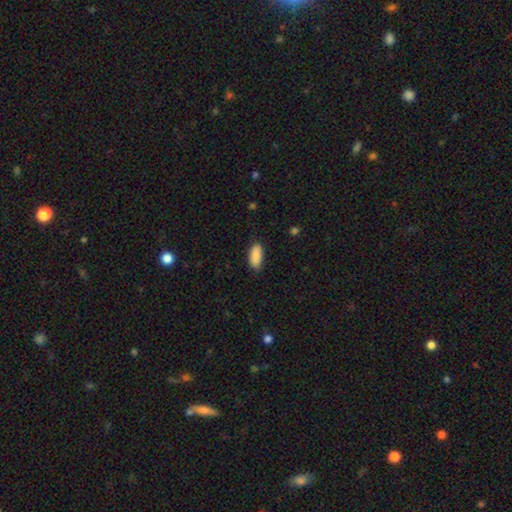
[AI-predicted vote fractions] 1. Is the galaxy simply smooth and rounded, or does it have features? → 89% smooth, 6% star or artifact, 4% featured or disk.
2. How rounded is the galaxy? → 87% in between, 11% cigar-shaped, 2% round.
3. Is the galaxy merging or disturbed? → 83% none, 13% minor disturbance, 2% major disturbance, 1% merger.